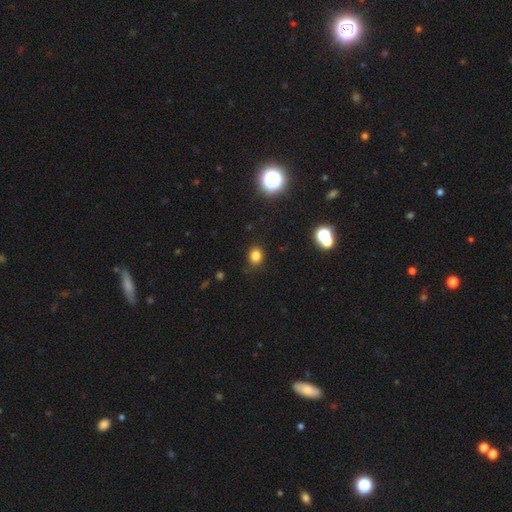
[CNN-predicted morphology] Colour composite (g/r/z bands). It shows a smooth galaxy with no disk features (80%) that is round (64%). Merging: none (85%).